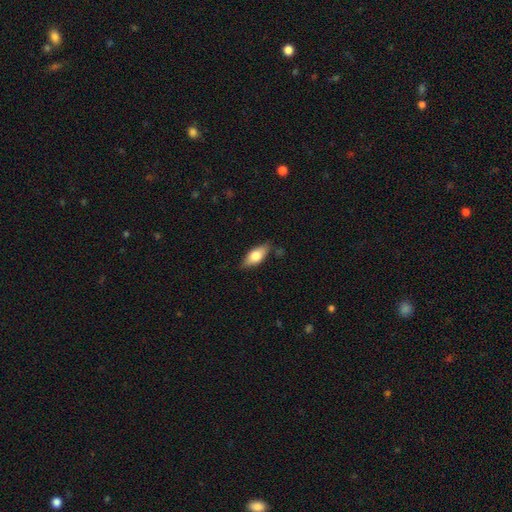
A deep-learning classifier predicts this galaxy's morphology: The model was most divided on "smooth or featured": smooth: 68%, featured or disk: 26%, star or artifact: 6%. More confident: how rounded — in between (81%); merging — none (79%).